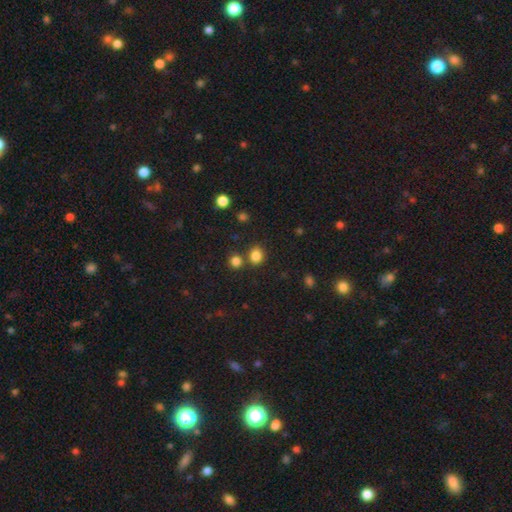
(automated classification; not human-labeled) smooth 83%, star or artifact 12%, featured or disk 4%. Down the decision tree: how rounded — round (65%); merging — none (73%).